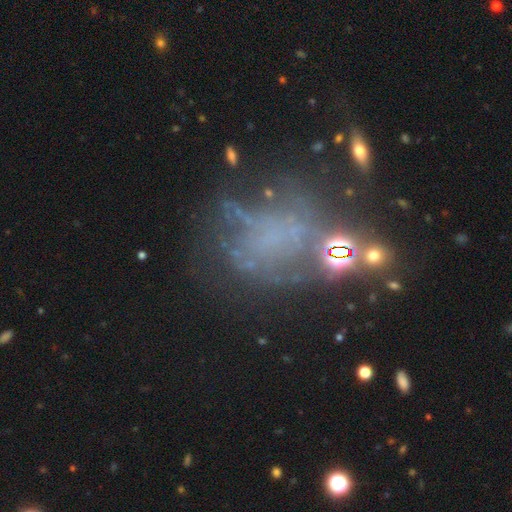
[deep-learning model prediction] smooth_or_featured: featured or disk (p=0.49) [alt: star or artifact p=0.29]
merging: none (p=0.39) [alt: major disturbance p=0.33]